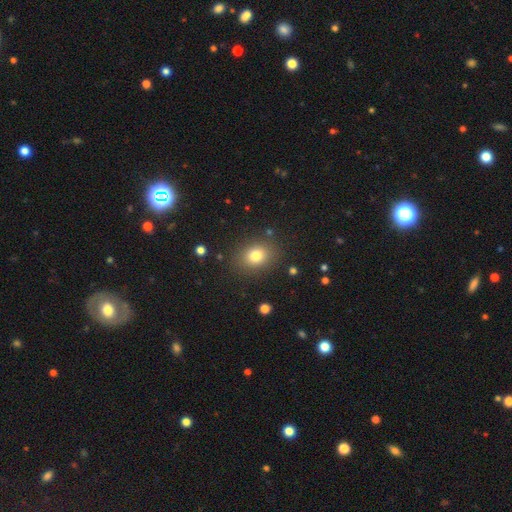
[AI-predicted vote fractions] This appears to be a smooth galaxy with no disk features (78%) that is round (50%). Merging: none (85%).